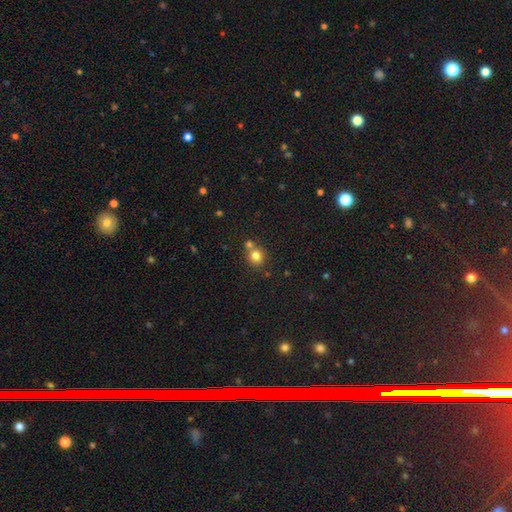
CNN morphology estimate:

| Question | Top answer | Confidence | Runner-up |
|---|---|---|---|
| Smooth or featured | smooth | 80% | star or artifact (13%) |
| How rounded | round | 87% | in between (12%) |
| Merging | none | 62% | merger (27%) |